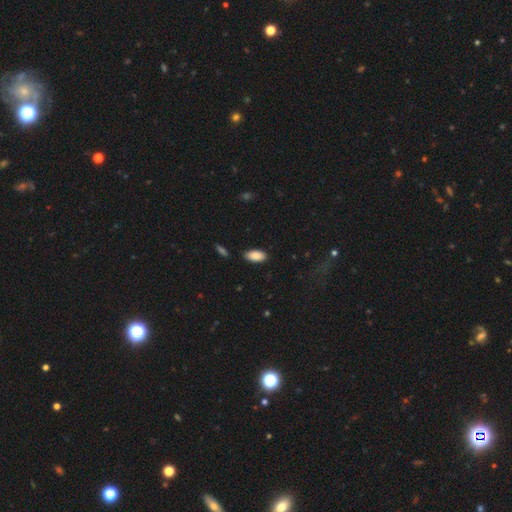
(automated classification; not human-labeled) Smooth or featured? Predicted: smooth (p=0.88). How rounded? Predicted: in between (p=0.92). Merging? Predicted: none (p=0.84).